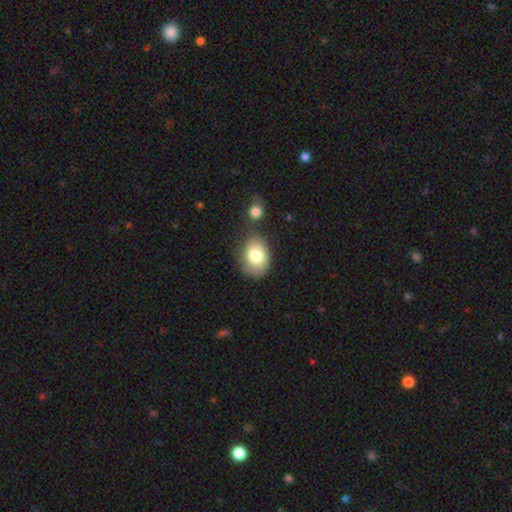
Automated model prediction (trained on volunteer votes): This appears to be a smooth galaxy with no disk features (77%) that is in between round and cigar-shaped (71%). Merging: none (56%).